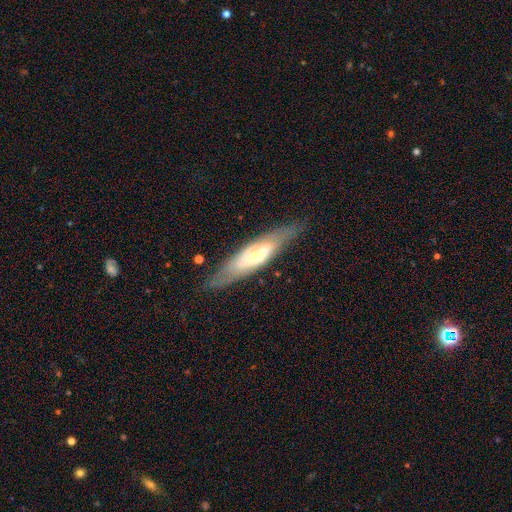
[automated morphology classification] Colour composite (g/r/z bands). It shows a featured or disk galaxy (53%) viewed edge-on (54%). Merging: none (78%).